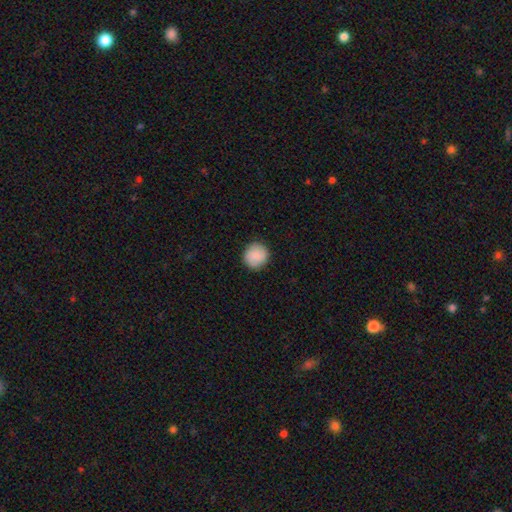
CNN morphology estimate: type=smooth (85%); roundness=round (93%); merging=none (90%).